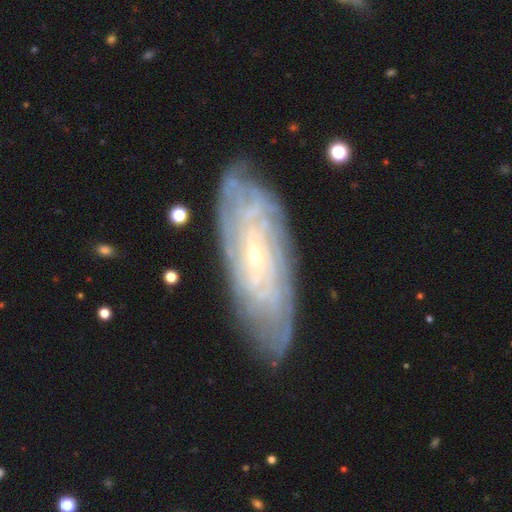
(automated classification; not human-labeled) This appears to be a featured or disk galaxy (81%) with no bar (51%), tight (75%) spiral arms (91%) and a small central bulge (85%). Merging: none (80%).